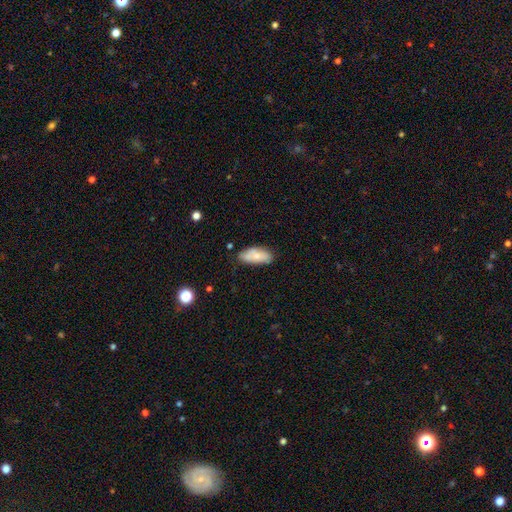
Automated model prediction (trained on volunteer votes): smooth_or_featured: smooth (p=0.71) [alt: featured or disk p=0.23]
how_rounded: in between (p=0.86) [alt: cigar-shaped p=0.11]
merging: none (p=0.69) [alt: minor disturbance p=0.22]